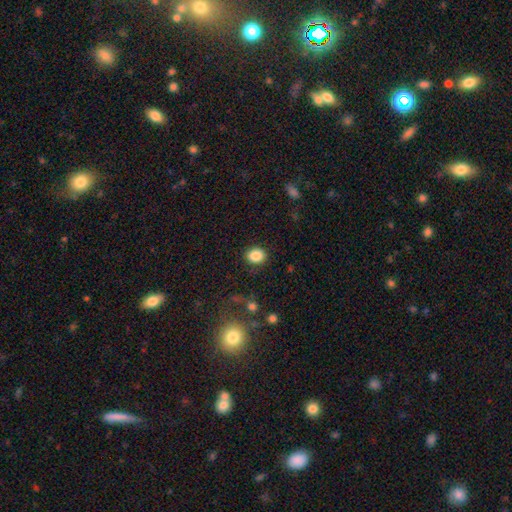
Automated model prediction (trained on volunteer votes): Overall: smooth (86%). How rounded: round (61%; in between 38%). Merging: none (87%).